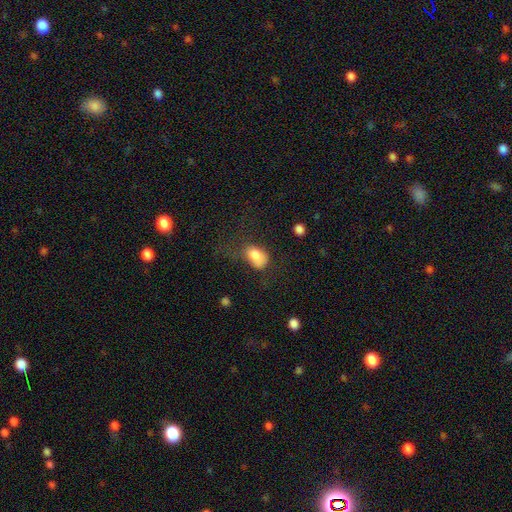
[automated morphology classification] Smooth or featured: smooth — 80% (featured or disk — 11%)
How rounded: in between — 84% (round — 14%)
Merging: none — 36% (major disturbance — 32%)